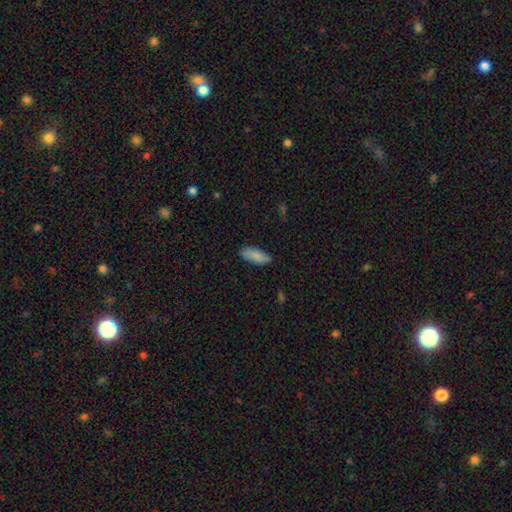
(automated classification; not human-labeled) Smooth or featured: smooth — 85% (featured or disk — 9%)
How rounded: in between — 70% (cigar-shaped — 29%)
Merging: none — 84% (minor disturbance — 12%)